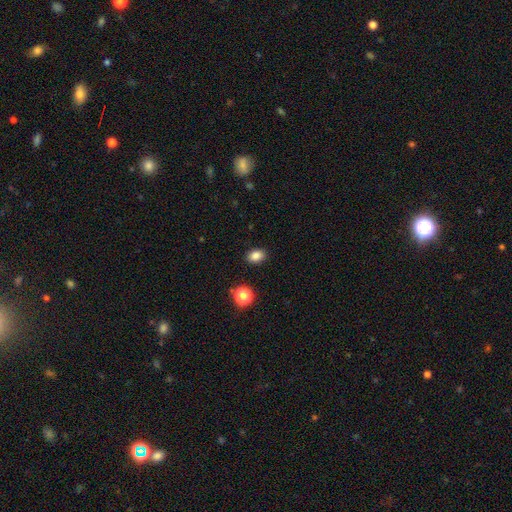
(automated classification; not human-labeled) smooth 84%, star or artifact 11%, featured or disk 4%. Down the decision tree: how rounded — in between (71%); merging — none (88%).